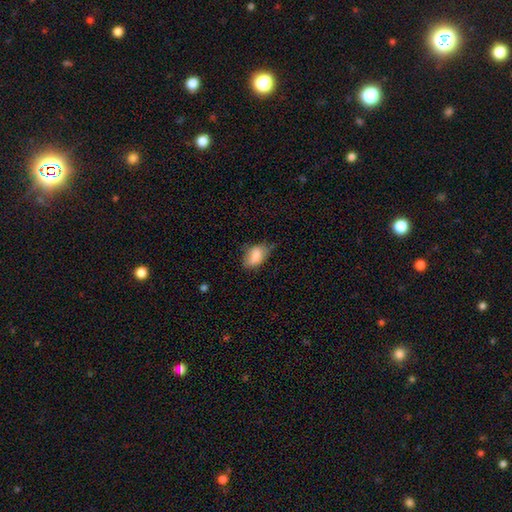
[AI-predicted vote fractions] smooth-or-featured: smooth: 83% | featured or disk: 10% | star or artifact: 7%
  how-rounded: in between: 88% | round: 10% | cigar-shaped: 2%
  merging: none: 51% | minor disturbance: 37% | major disturbance: 10% | merger: 2%